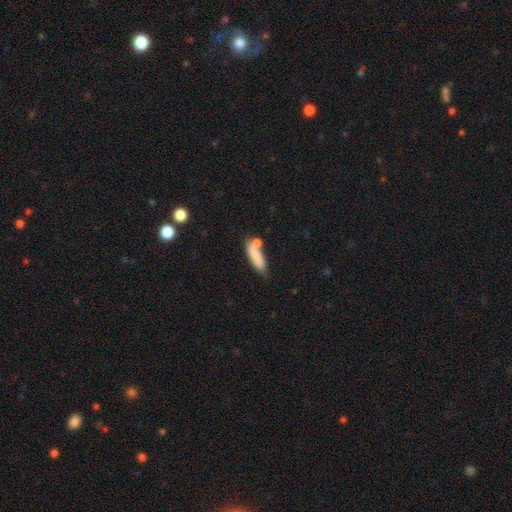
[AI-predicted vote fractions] A smooth galaxy with no disk features (80%) that is cigar-shaped (58%). Merging: none (53%).